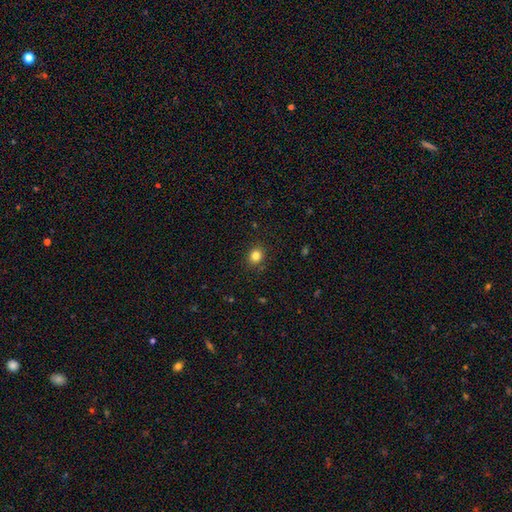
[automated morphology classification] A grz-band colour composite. It shows a smooth galaxy with no disk features (82%) that is round (73%). Merging: none (88%).